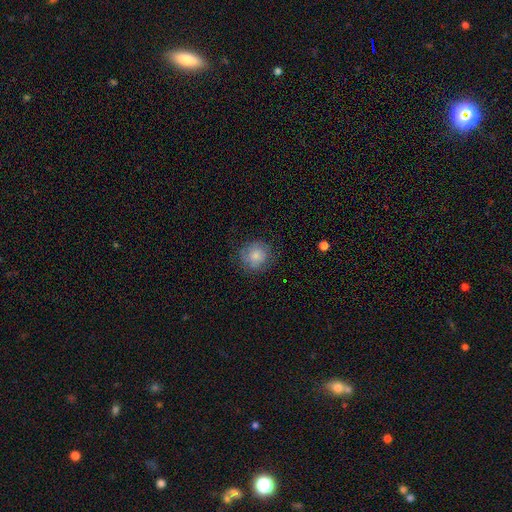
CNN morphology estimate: smooth 79%, featured or disk 13%, star or artifact 8%. Down the decision tree: how rounded — round (90%); merging — none (77%).